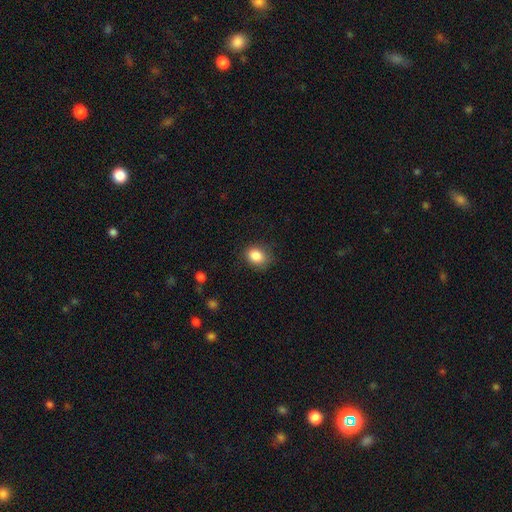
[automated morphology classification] A smooth galaxy with no disk features (86%) that is in between round and cigar-shaped (52%).

Vote fractions:
- Smooth or featured? smooth: 86% / star or artifact: 9% / featured or disk: 5%
- How rounded? in between: 52% / round: 47% / cigar-shaped: 1%
- Merging? none: 79% / minor disturbance: 16% / major disturbance: 4% / merger: 1%